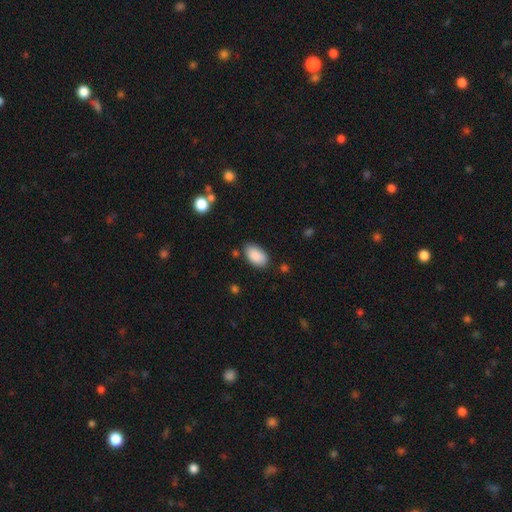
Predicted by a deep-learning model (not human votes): smooth_or_featured: smooth (p=0.89) [alt: star or artifact p=0.07]
how_rounded: in between (p=0.94) [alt: round p=0.05]
merging: none (p=0.79) [alt: minor disturbance p=0.15]